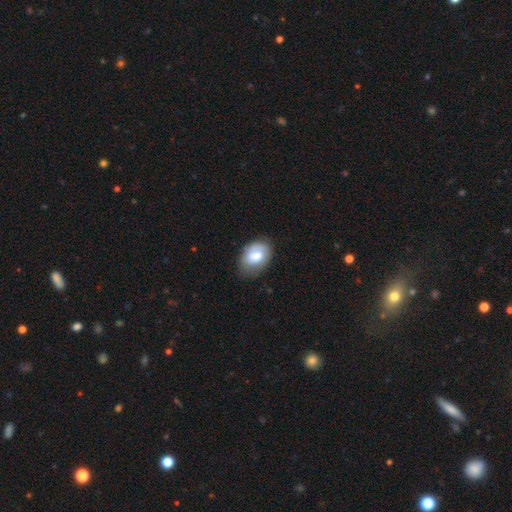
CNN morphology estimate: smooth_or_featured: smooth (p=0.70) [alt: featured or disk p=0.23]
how_rounded: in between (p=0.79) [alt: round p=0.20]
merging: none (p=0.65) [alt: minor disturbance p=0.26]